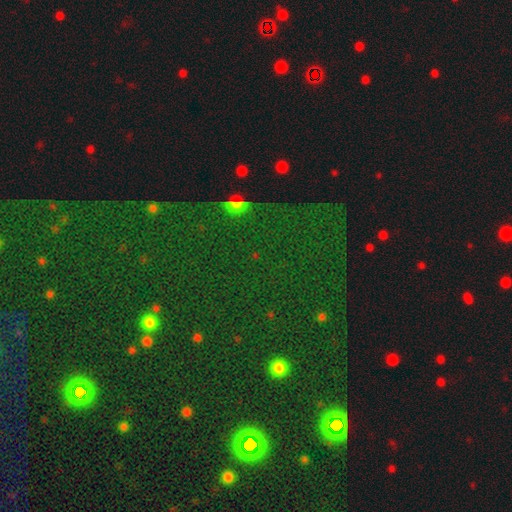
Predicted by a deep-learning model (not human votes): A star or artifact, not a galaxy (71%).